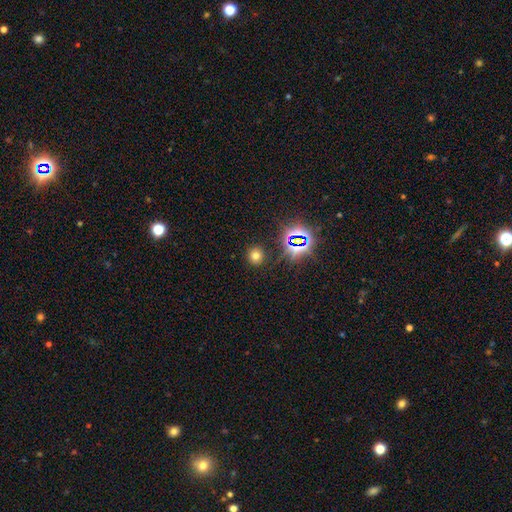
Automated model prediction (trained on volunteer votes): smooth-or-featured: smooth: 65% | star or artifact: 27% | featured or disk: 8%
  how-rounded: round: 90% | in between: 9% | cigar-shaped: 1%
  merging: none: 88% | minor disturbance: 7% | major disturbance: 3% | merger: 2%